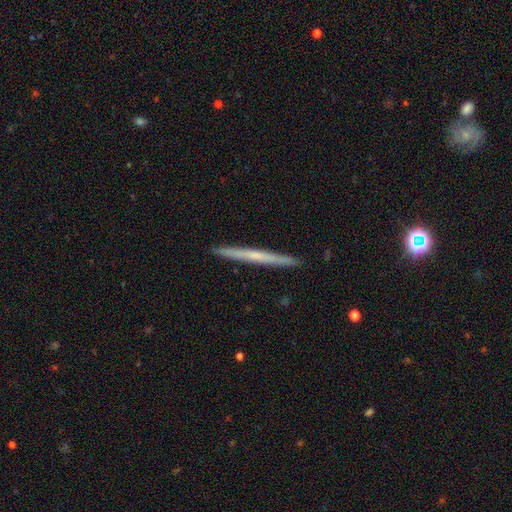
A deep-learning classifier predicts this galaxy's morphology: This appears to be a featured or disk galaxy (52%) viewed edge-on (98%) with no central bulge (78%). Merging: none (93%).